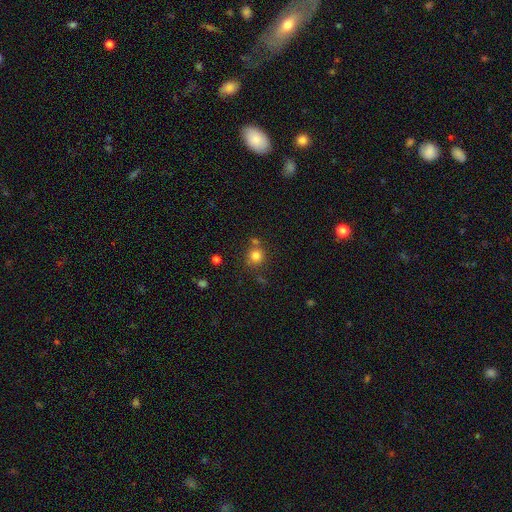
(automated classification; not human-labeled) Overall: smooth (80%). How rounded: round (90%). Merging: none (71%).